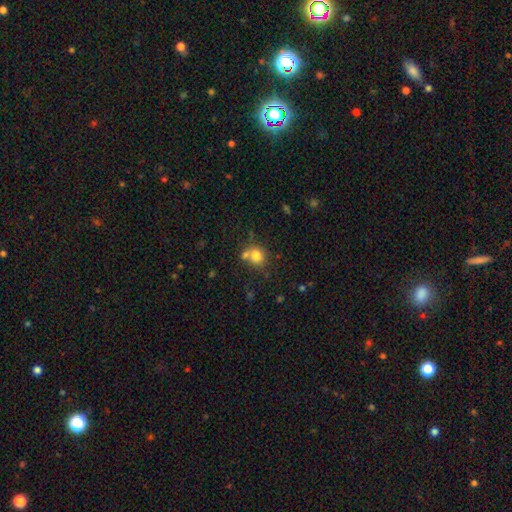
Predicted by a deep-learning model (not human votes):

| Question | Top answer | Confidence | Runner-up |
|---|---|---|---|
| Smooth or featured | smooth | 78% | star or artifact (11%) |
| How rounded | round | 80% | in between (19%) |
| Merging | none | 53% | merger (30%) |